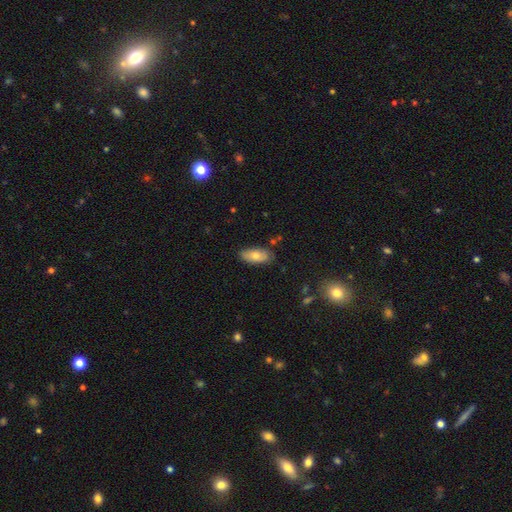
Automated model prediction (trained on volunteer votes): This appears to be a smooth galaxy with no disk features (72%) that is in between round and cigar-shaped (89%). Merging: none (79%).